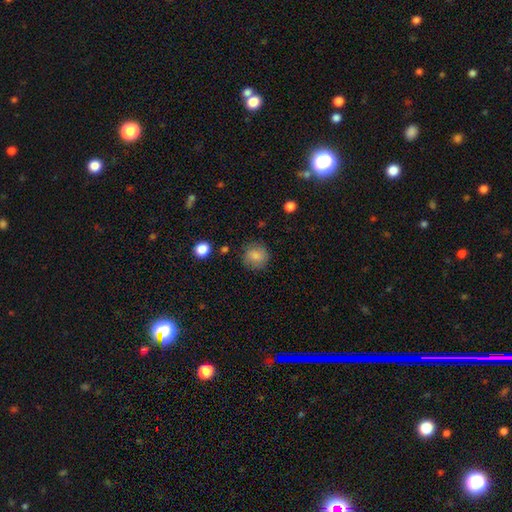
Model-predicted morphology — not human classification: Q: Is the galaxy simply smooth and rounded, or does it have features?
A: smooth — 84%.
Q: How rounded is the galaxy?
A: round — 88%.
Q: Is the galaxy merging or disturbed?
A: none — 82%.